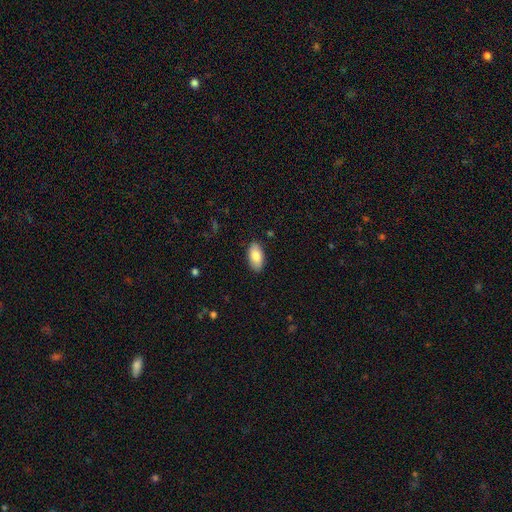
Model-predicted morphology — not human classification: Smooth or featured: smooth — 84% (featured or disk — 10%)
How rounded: in between — 93% (cigar-shaped — 4%)
Merging: none — 87% (minor disturbance — 10%)